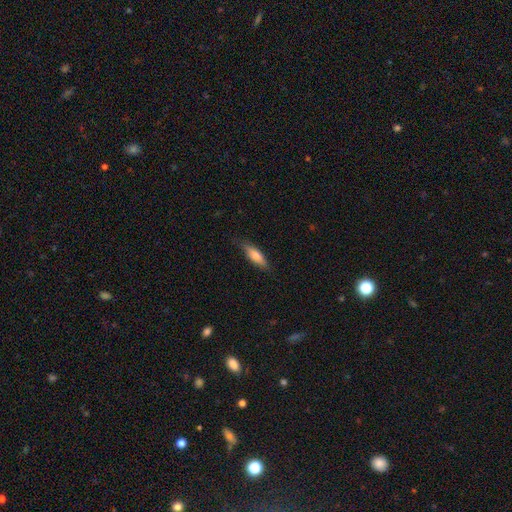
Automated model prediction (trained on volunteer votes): smooth_or_featured: smooth (p=0.73) [alt: featured or disk p=0.21]
how_rounded: cigar-shaped (p=0.51) [alt: in between p=0.47]
merging: none (p=0.76) [alt: minor disturbance p=0.19]